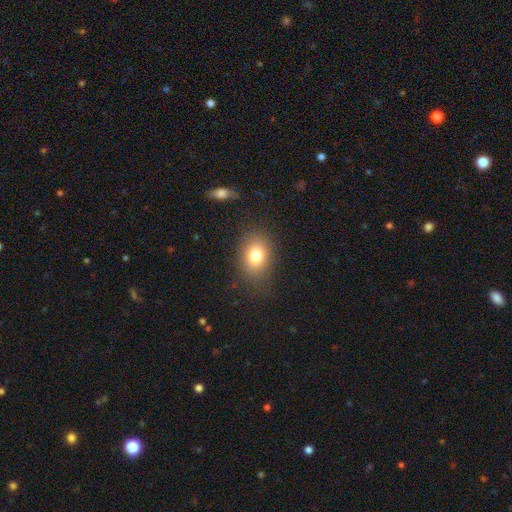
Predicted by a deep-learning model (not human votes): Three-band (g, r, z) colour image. It shows a smooth galaxy with no disk features (78%) that is in between round and cigar-shaped (69%). Merging: none (79%).